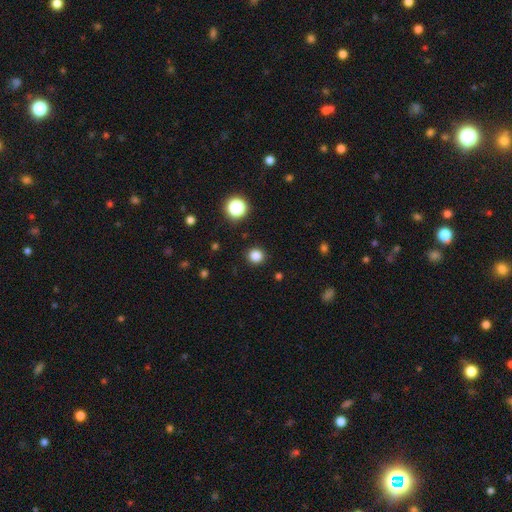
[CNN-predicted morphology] A smooth galaxy with no disk features (83%) that is round (90%).

Vote fractions:
- Smooth or featured? smooth: 83% / star or artifact: 13% / featured or disk: 3%
- How rounded? round: 90% / in between: 9% / cigar-shaped: 1%
- Merging? none: 92% / minor disturbance: 5% / major disturbance: 2% / merger: 1%